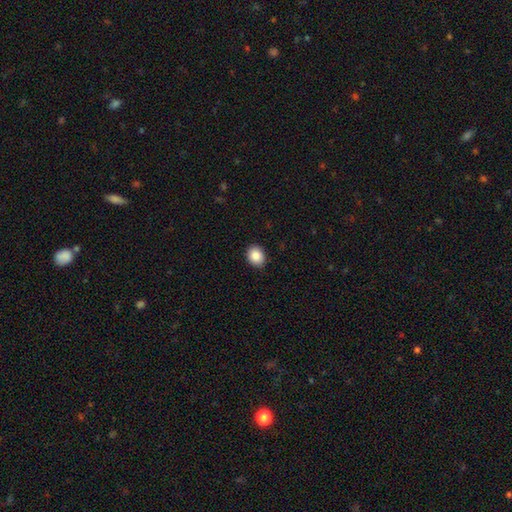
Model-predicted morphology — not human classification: smooth-or-featured: smooth: 88% | star or artifact: 8% | featured or disk: 4%
  how-rounded: in between: 53% | round: 46% | cigar-shaped: 1%
  merging: none: 89% | minor disturbance: 8% | major disturbance: 2% | merger: 1%